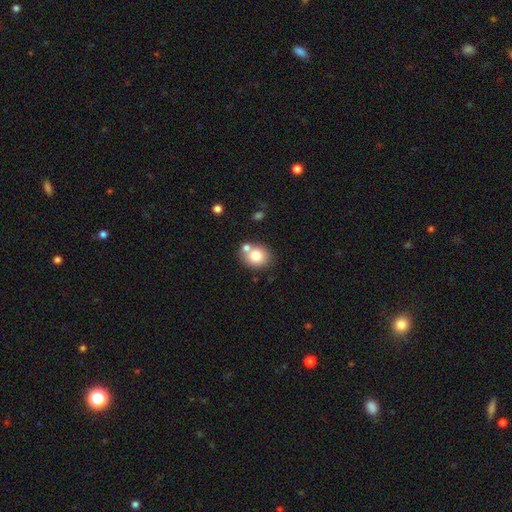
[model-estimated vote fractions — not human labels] The model was most divided on "how rounded": round: 69%, in between: 30%, cigar-shaped: 1%. More confident: smooth or featured — smooth (78%); merging — none (64%).